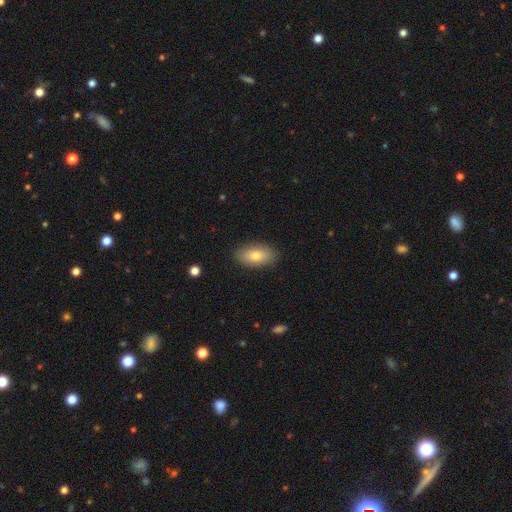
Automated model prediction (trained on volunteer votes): Overall: smooth (76%). How rounded: in between (92%). Merging: none (87%).